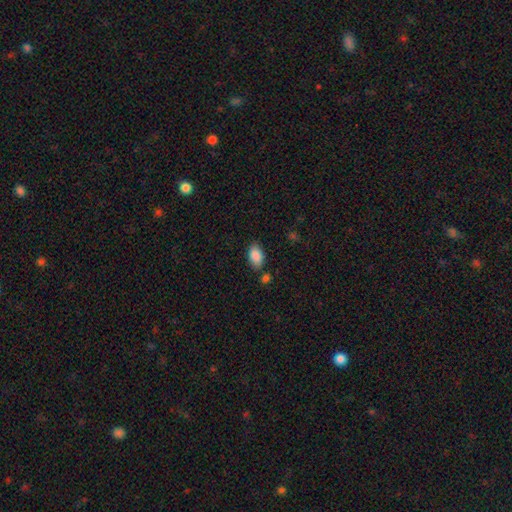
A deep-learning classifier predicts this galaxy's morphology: Smooth or featured: smooth — 88% (star or artifact — 7%)
How rounded: in between — 92% (round — 6%)
Merging: none — 77% (minor disturbance — 13%)